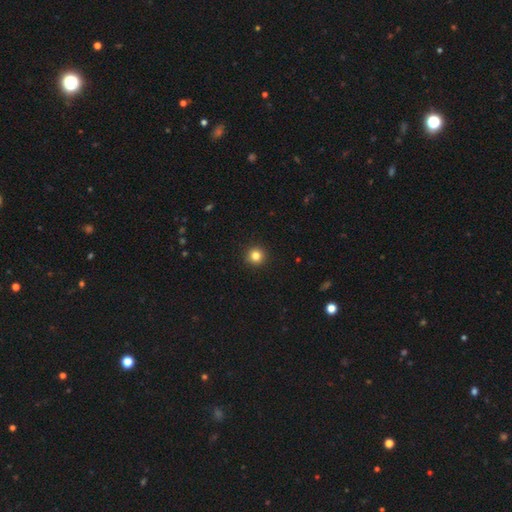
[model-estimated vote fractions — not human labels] Morphology: type=smooth (83%); roundness=round (96%); merging=none (93%).